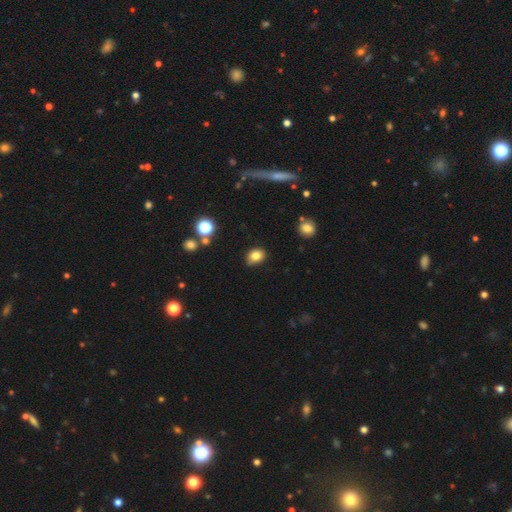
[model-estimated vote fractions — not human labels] smooth_or_featured: smooth (p=0.81) [alt: star or artifact p=0.12]
how_rounded: in between (p=0.61) [alt: round p=0.38]
merging: none (p=0.78) [alt: minor disturbance p=0.17]